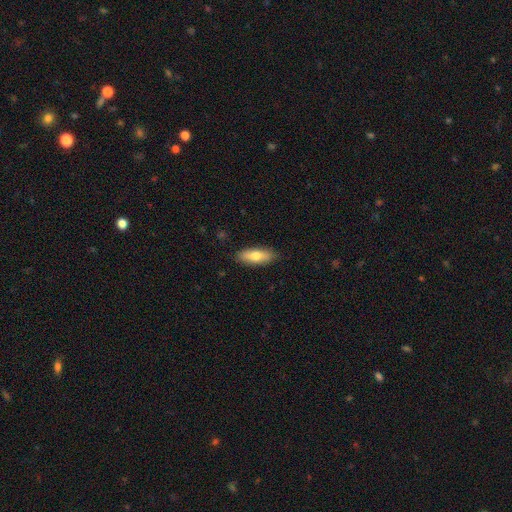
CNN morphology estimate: Smooth or featured?
  - smooth: 73% *
  - featured or disk: 21%
  - star or artifact: 6%
How rounded?
  - in between: 66% *
  - cigar-shaped: 32%
  - round: 3%
Merging?
  - none: 86% *
  - minor disturbance: 11%
  - major disturbance: 2%
  - merger: 1%